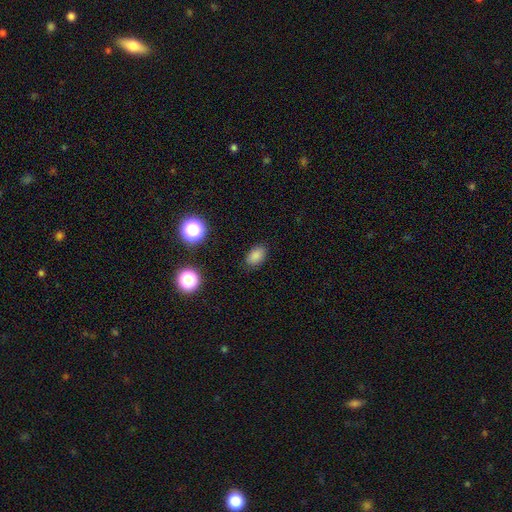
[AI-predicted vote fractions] Smooth or featured?
  - smooth: 82% *
  - star or artifact: 14%
  - featured or disk: 5%
How rounded?
  - in between: 83% *
  - round: 16%
  - cigar-shaped: 1%
Merging?
  - none: 85% *
  - minor disturbance: 11%
  - major disturbance: 3%
  - merger: 1%